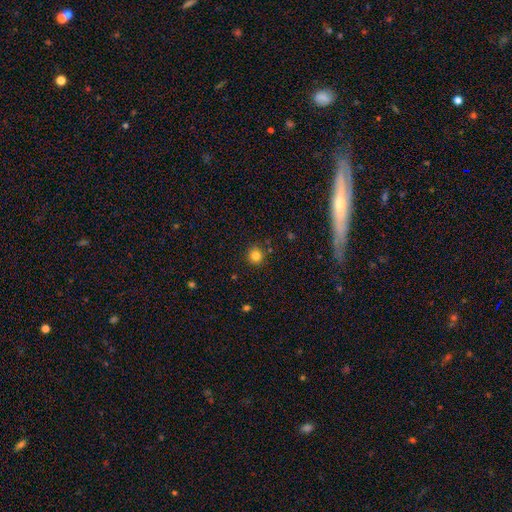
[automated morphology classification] This is clearly a smooth galaxy (81%). How rounded: clearly round (89%). Merging: clearly none (84%).